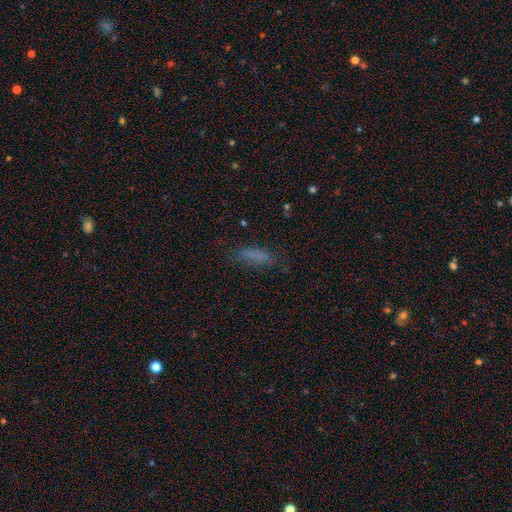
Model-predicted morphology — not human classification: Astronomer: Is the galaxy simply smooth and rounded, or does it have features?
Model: smooth — 73%.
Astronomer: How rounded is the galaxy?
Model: in between — 50% (runner-up: cigar-shaped, 48%).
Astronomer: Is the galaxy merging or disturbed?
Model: none — 66%.